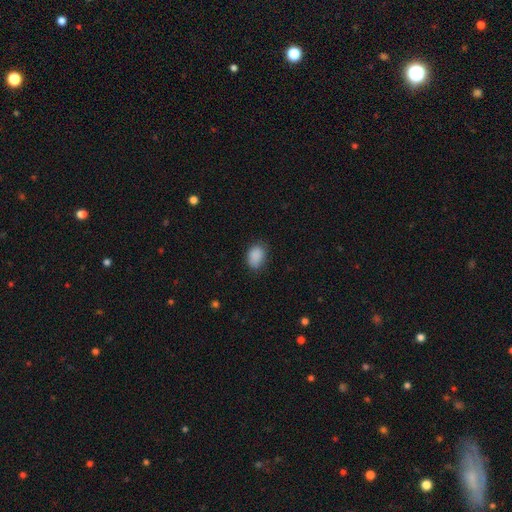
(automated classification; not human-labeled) Q: Smooth or featured?
A: smooth (89%); runner-up: star or artifact (8%)
Q: How rounded?
A: in between (78%); runner-up: round (21%)
Q: Merging?
A: none (77%); runner-up: minor disturbance (18%)